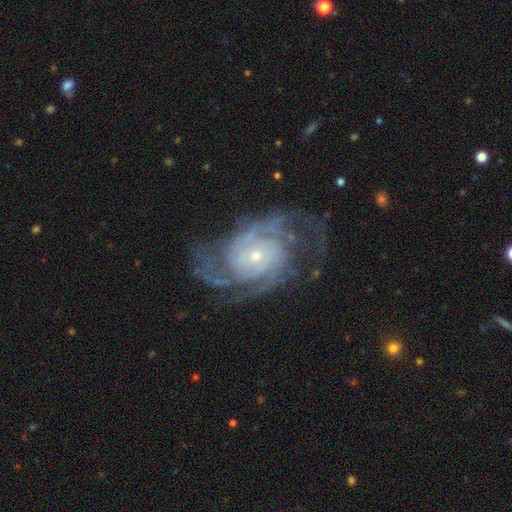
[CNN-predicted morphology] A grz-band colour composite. It shows a featured or disk galaxy (91%) with no bar (72%), 2 (34%) tight (49%) spiral arms (98%) and a small central bulge (76%). Merging: none (68%).